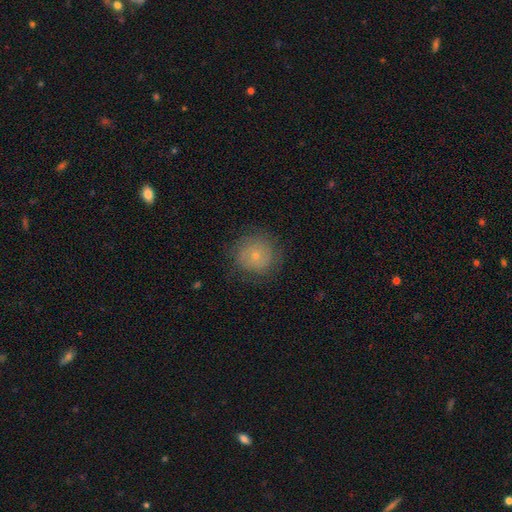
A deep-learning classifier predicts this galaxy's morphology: Q: Smooth or featured?
A: smooth (52%); runner-up: featured or disk (38%)
Q: How rounded?
A: round (91%); runner-up: in between (8%)
Q: Merging?
A: none (78%); runner-up: minor disturbance (15%)